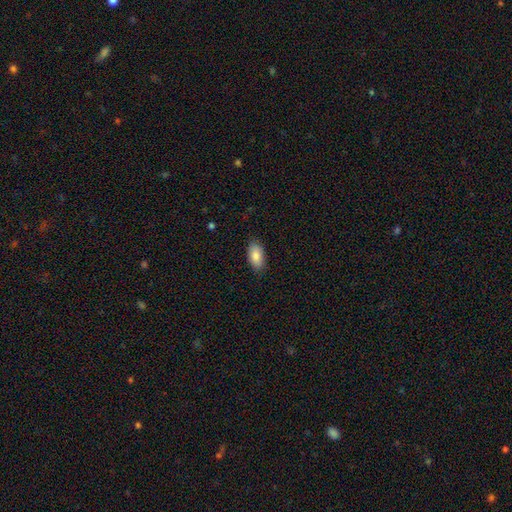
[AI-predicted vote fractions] Q: Smooth or featured?
A: smooth (86%); runner-up: featured or disk (7%)
Q: How rounded?
A: in between (93%); runner-up: cigar-shaped (4%)
Q: Merging?
A: none (87%); runner-up: minor disturbance (10%)